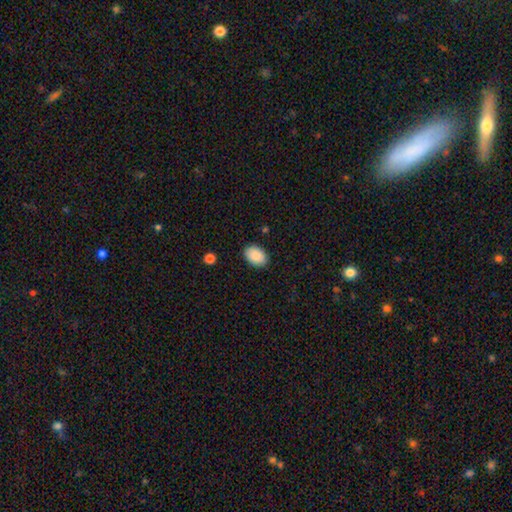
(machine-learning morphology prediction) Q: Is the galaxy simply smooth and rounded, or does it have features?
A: smooth — 89%.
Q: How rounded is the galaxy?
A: in between — 85%.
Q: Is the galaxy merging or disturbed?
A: none — 88%.